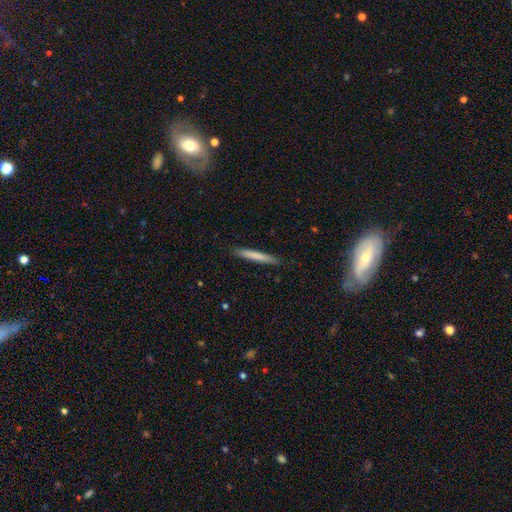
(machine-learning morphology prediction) A smooth galaxy with no disk features (75%) that is cigar-shaped (96%). Merging: none (90%).